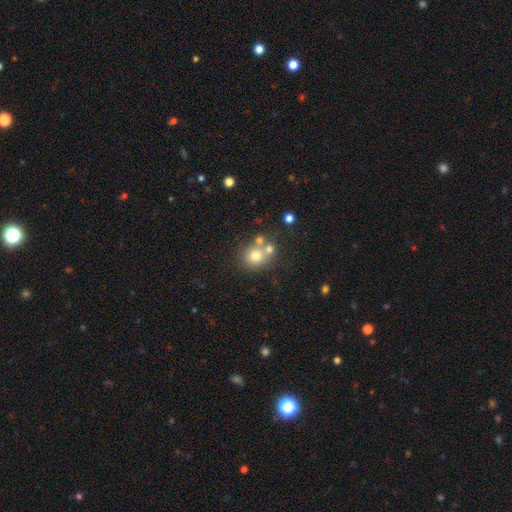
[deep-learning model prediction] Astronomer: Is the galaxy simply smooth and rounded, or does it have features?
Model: smooth — 69%.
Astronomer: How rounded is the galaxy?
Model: round — 84%.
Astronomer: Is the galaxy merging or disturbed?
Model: none — 53% (runner-up: merger, 34%).